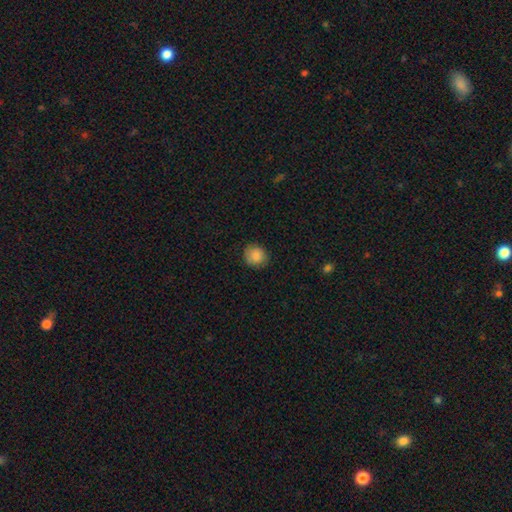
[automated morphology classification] Q: Smooth or featured?
A: smooth (86%); runner-up: star or artifact (8%)
Q: How rounded?
A: round (84%); runner-up: in between (16%)
Q: Merging?
A: none (86%); runner-up: minor disturbance (11%)